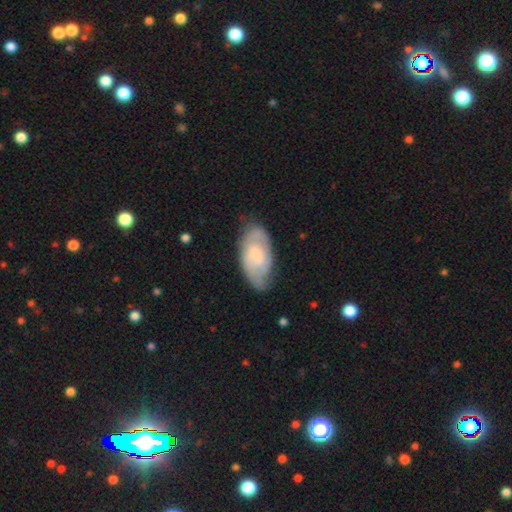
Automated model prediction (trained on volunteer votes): Smooth or featured: featured or disk — 55% (smooth — 39%)
Edge-on disk: no — 94% (yes — 6%)
Bar: no — 52% (weak — 40%)
Spiral arms: yes — 78% (no — 22%)
Bulge size: small — 37% (moderate — 27%)
Merging: none — 66% (minor disturbance — 25%)